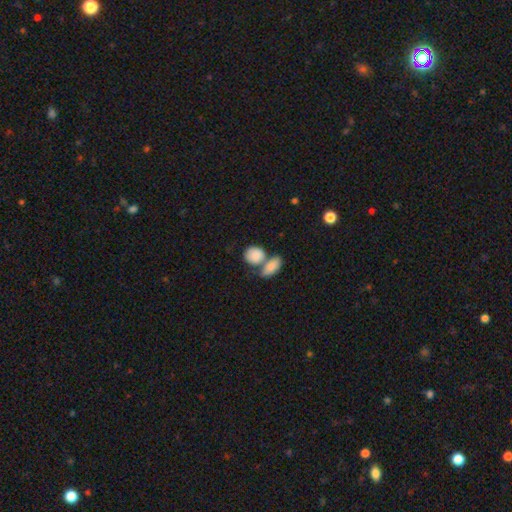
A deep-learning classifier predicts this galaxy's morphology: Overall: smooth (84%). How rounded: in between (53%; round 45%). Merging: merger (52%; none 33%).